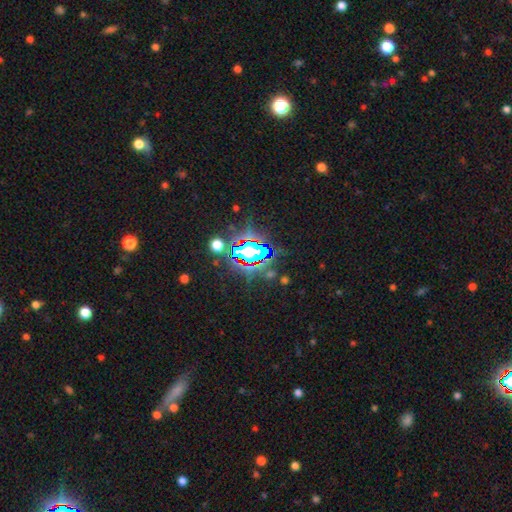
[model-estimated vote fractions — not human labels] star or artifact 81%, smooth 11%, featured or disk 8%.